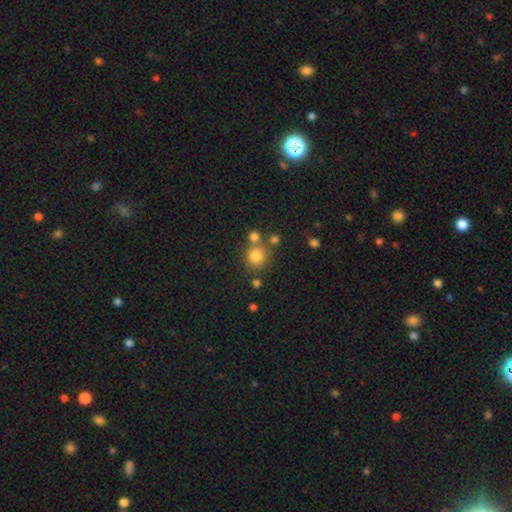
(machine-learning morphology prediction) smooth 80%, star or artifact 13%, featured or disk 7%. Down the decision tree: how rounded — round (88%); merging — none (68%).